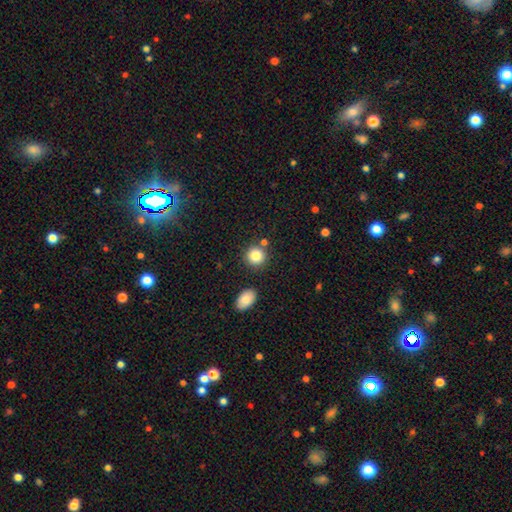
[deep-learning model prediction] Overall: smooth (84%). How rounded: round (89%). Merging: none (80%).